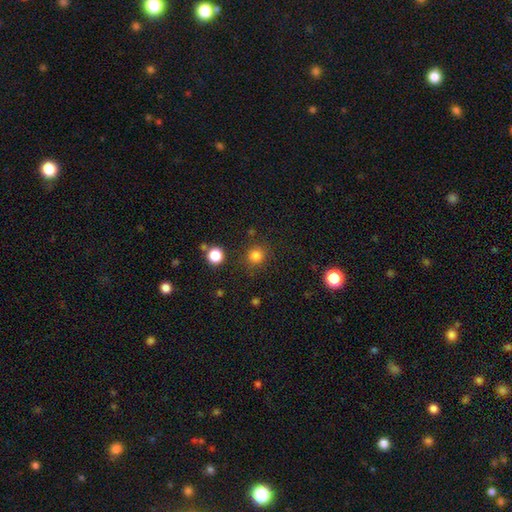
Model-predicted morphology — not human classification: type=smooth (82%); roundness=round (89%); merging=none (85%).